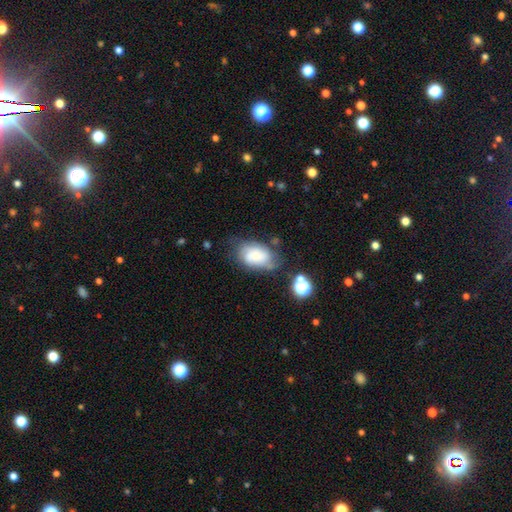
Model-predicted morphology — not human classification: A smooth galaxy with no disk features (53%) that is in between round and cigar-shaped (87%).

Vote fractions:
- Smooth or featured? smooth: 53% / featured or disk: 36% / star or artifact: 11%
- How rounded? in between: 87% / round: 12% / cigar-shaped: 2%
- Merging? none: 51% / minor disturbance: 29% / major disturbance: 14% / merger: 6%